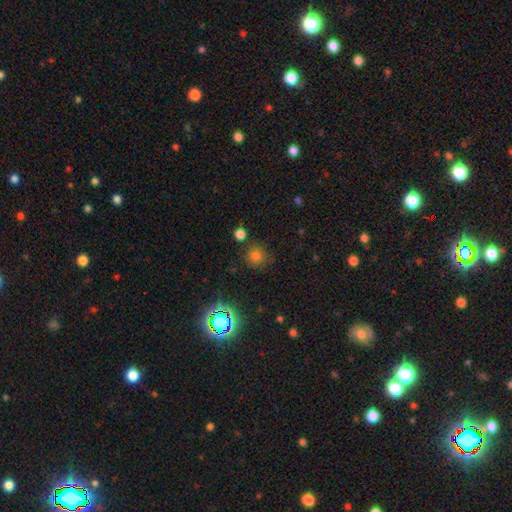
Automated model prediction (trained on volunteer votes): The model was most divided on "smooth or featured": smooth: 72%, star or artifact: 22%, featured or disk: 6%. More confident: how rounded — round (90%); merging — none (79%).